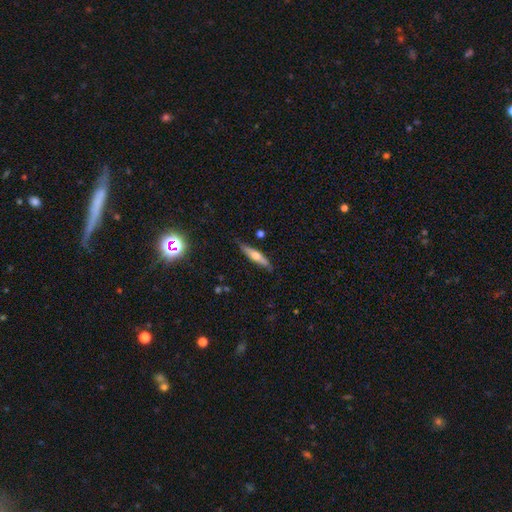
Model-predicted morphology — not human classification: This appears to be a smooth galaxy with no disk features (47%, tied with featured or disk). Merging: none (81%).